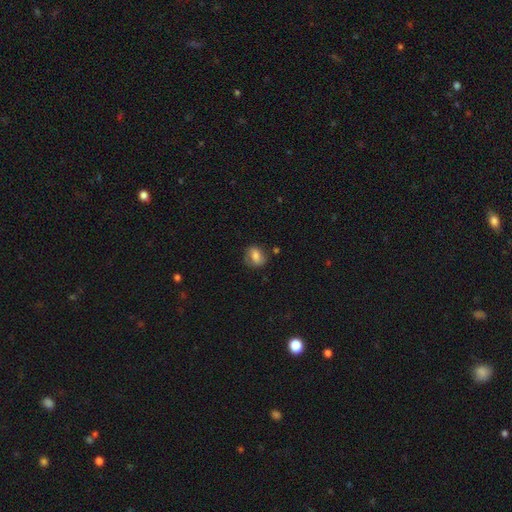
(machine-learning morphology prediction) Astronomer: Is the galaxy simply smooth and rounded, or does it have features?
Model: smooth — 72%.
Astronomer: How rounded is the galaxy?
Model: in between — 62%.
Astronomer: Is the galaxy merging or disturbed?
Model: none — 63%.